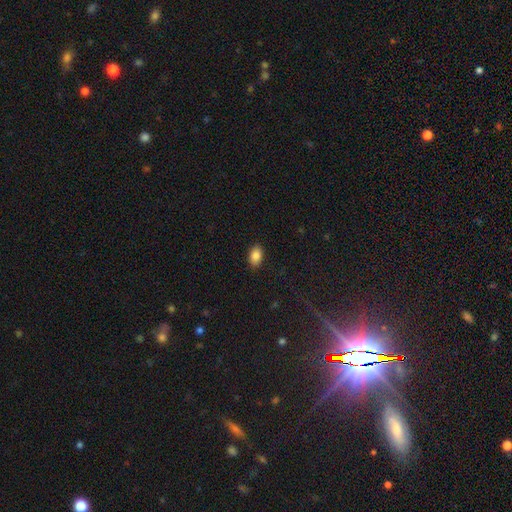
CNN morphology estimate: This is clearly a smooth galaxy (87%). How rounded: clearly in between (89%). Merging: clearly none (89%).